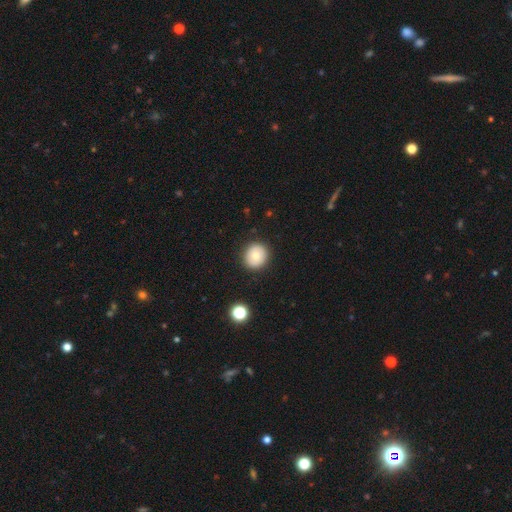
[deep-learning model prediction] smooth 78%, featured or disk 13%, star or artifact 9%. Down the decision tree: how rounded — round (85%); merging — none (89%).